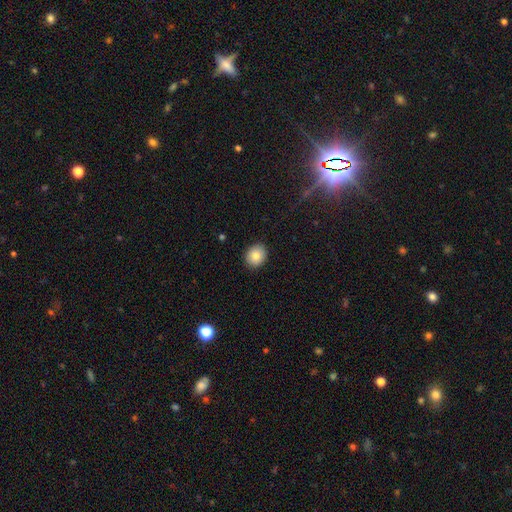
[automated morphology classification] A smooth galaxy with no disk features (84%) that is round (62%).

Vote fractions:
- Smooth or featured? smooth: 84% / star or artifact: 8% / featured or disk: 7%
- How rounded? round: 62% / in between: 37% / cigar-shaped: 1%
- Merging? none: 90% / minor disturbance: 8% / major disturbance: 2% / merger: 1%